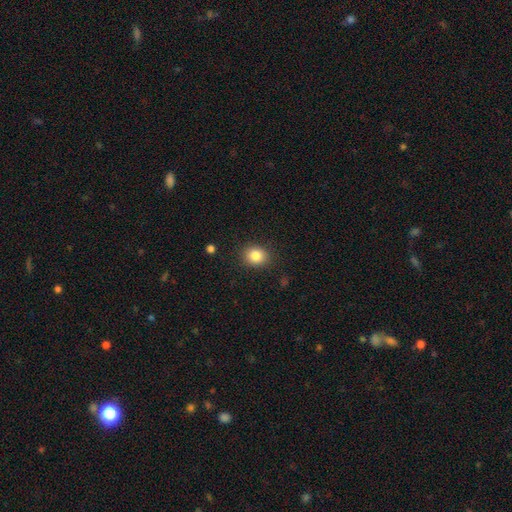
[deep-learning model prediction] A smooth galaxy with no disk features (84%) that is round (68%). Merging: none (88%).